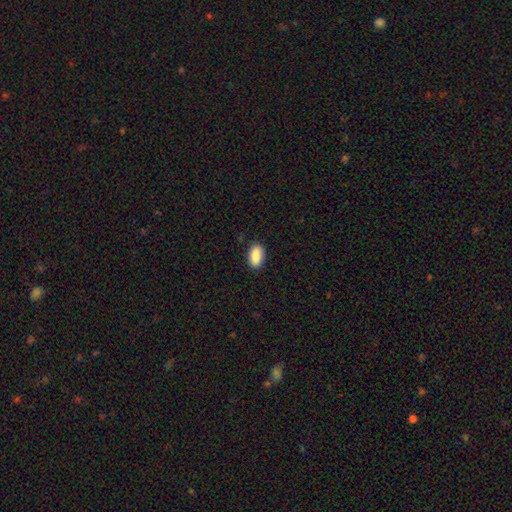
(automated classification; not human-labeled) smooth-or-featured: smooth: 90% | star or artifact: 7% | featured or disk: 4%
  how-rounded: in between: 94% | round: 4% | cigar-shaped: 2%
  merging: none: 89% | minor disturbance: 8% | major disturbance: 2% | merger: 1%